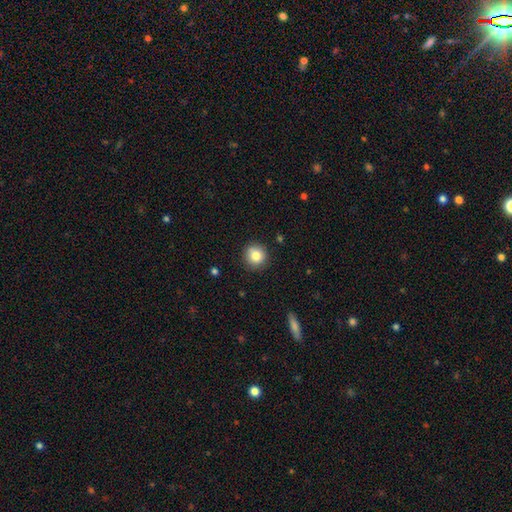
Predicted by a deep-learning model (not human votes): Smooth or featured? smooth (83%)
How rounded? round (93%)
Merging? none (90%)